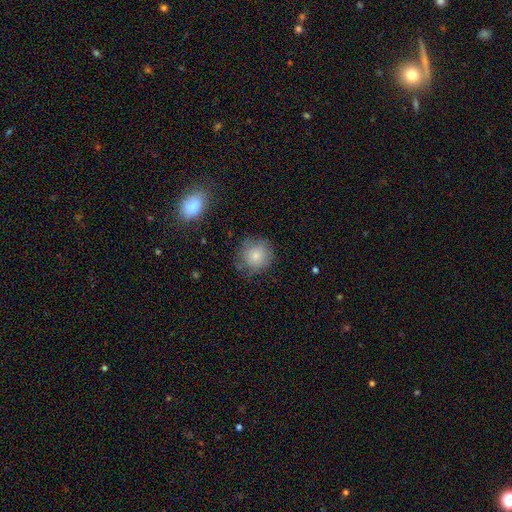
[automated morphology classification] Smooth or featured? smooth (78%)
How rounded? round (90%)
Merging? none (72%)